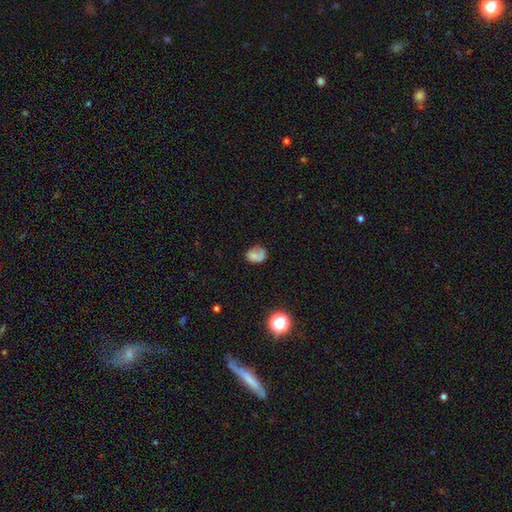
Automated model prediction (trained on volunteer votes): A smooth galaxy with no disk features (69%) that is in between round and cigar-shaped (58%).

Vote fractions:
- Smooth or featured? smooth: 69% / featured or disk: 19% / star or artifact: 12%
- How rounded? in between: 58% / round: 41% / cigar-shaped: 1%
- Merging? none: 55% / minor disturbance: 26% / major disturbance: 15% / merger: 4%